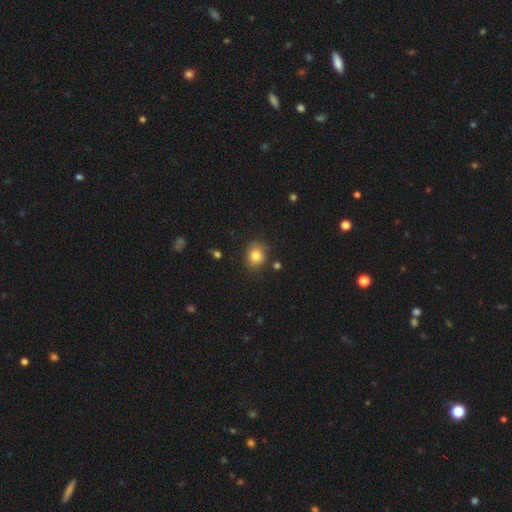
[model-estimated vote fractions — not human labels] This appears to be a smooth galaxy with no disk features (82%) that is round (74%). Merging: none (81%).